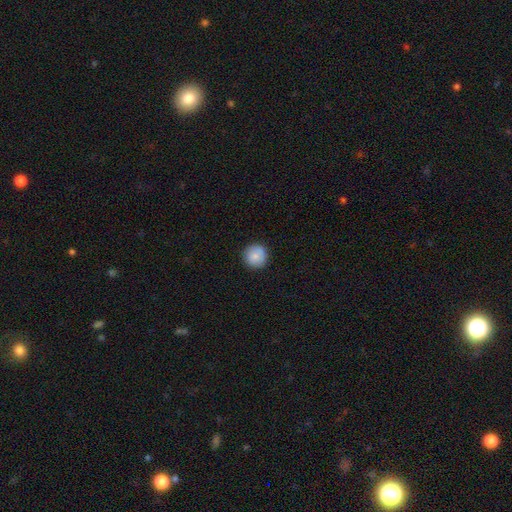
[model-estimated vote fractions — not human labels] Smooth or featured: smooth — 82% (featured or disk — 11%)
How rounded: round — 95% (in between — 4%)
Merging: none — 88% (minor disturbance — 8%)